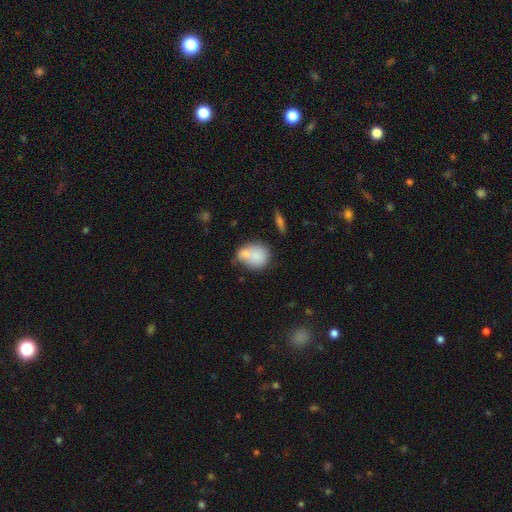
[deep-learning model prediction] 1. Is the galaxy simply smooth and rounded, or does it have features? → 76% smooth, 16% featured or disk, 7% star or artifact.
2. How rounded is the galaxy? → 54% round, 44% in between, 2% cigar-shaped.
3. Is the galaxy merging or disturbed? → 41% merger, 35% none, 17% minor disturbance, 7% major disturbance.